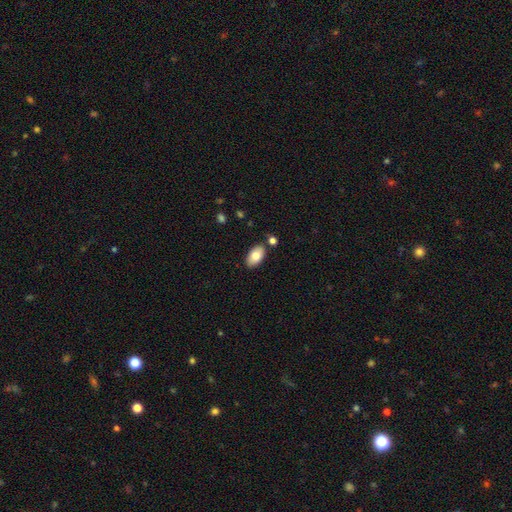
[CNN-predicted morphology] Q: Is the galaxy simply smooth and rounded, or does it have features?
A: smooth — 81%.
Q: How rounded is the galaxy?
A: in between — 95%.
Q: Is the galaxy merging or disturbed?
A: none — 83%.